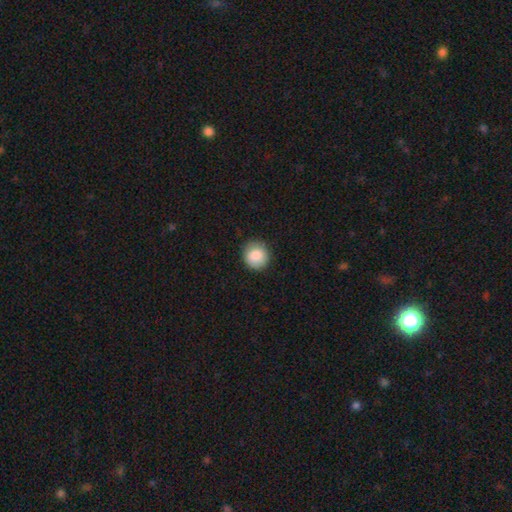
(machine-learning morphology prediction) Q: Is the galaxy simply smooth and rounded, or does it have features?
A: smooth — 86%.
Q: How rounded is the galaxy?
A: round — 89%.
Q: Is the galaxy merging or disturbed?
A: none — 85%.